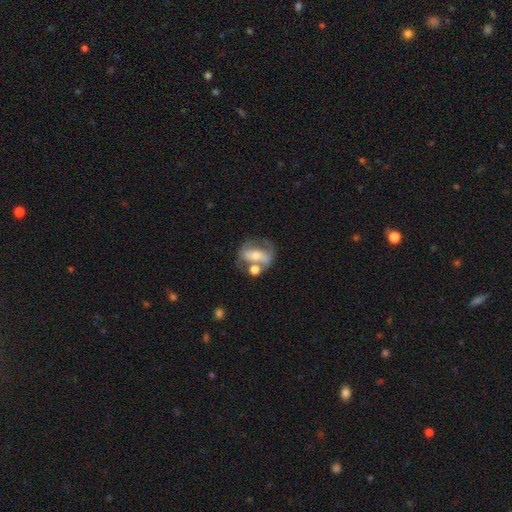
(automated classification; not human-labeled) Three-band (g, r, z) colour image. It shows a featured or disk galaxy (60%) with a strong bar (40%), spiral arms (52%) and a moderate central bulge (53%). Merging: none (40%).